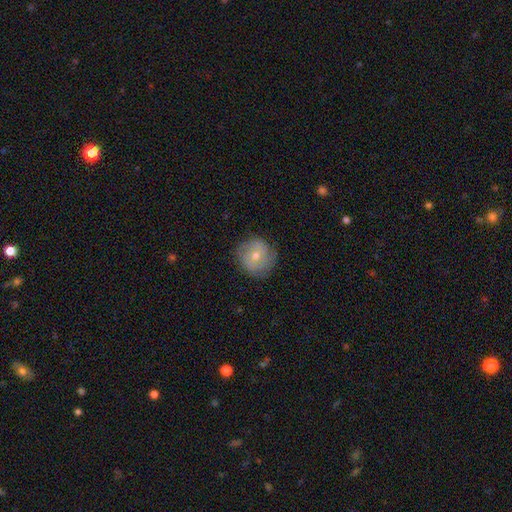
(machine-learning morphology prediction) This appears to be a featured or disk galaxy (51%). Merging: none (81%).